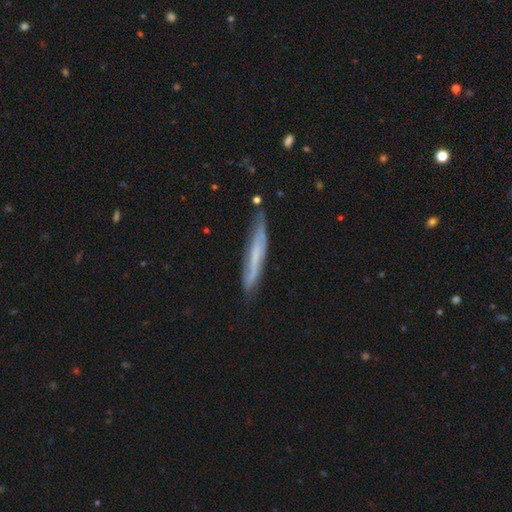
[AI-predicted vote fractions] smooth_or_featured: featured or disk (p=0.50) [alt: smooth p=0.42]
disk_edge_on: yes (p=0.81) [alt: no p=0.19]
merging: none (p=0.73) [alt: minor disturbance p=0.20]